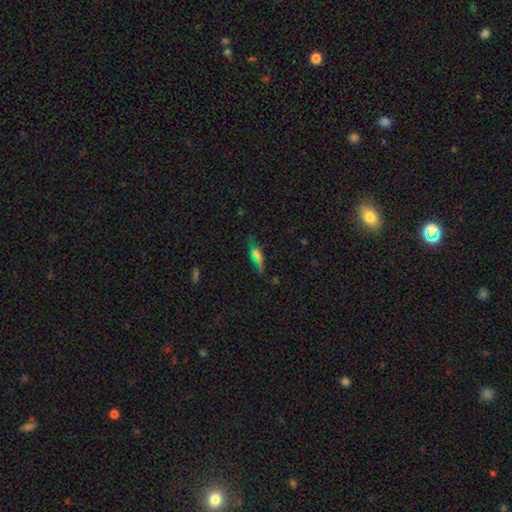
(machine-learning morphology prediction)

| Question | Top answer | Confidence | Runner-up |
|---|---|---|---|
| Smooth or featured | smooth | 47% | star or artifact (33%) |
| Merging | none | 66% | minor disturbance (20%) |